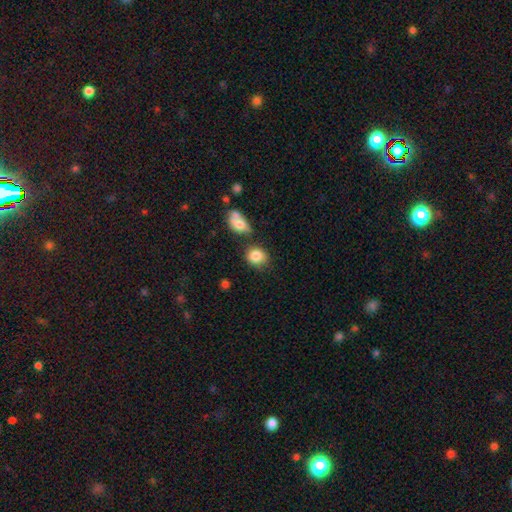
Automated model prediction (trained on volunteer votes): Overall: smooth (84%). How rounded: round (64%; in between 35%). Merging: none (66%).